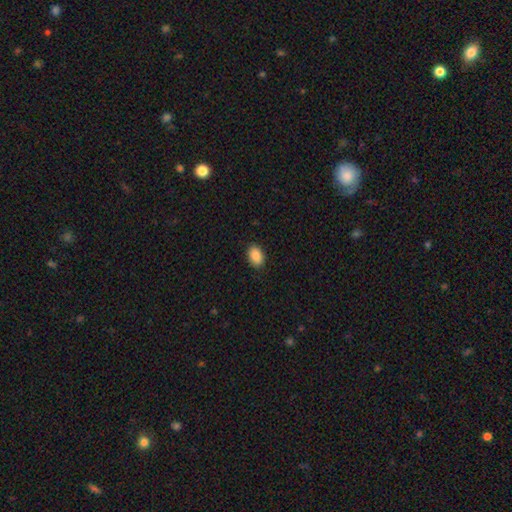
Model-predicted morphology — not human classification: Smooth or featured? smooth (90%)
How rounded? in between (88%)
Merging? none (89%)